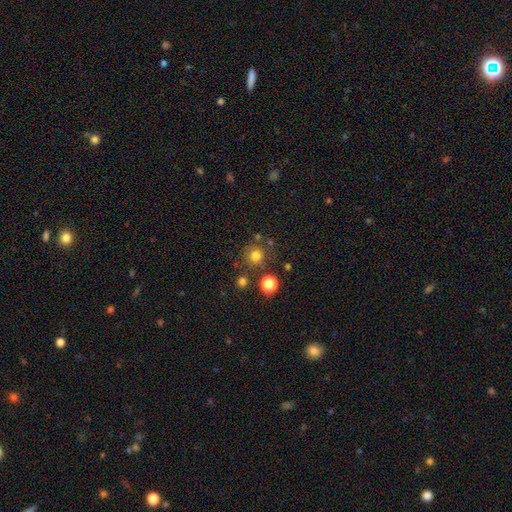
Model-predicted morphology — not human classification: Overall: smooth (76%). How rounded: round (91%). Merging: none (77%).